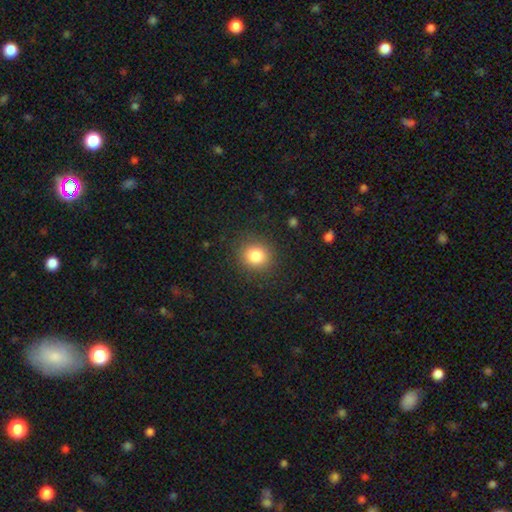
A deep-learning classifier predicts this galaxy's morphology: A smooth galaxy with no disk features (82%) that is round (86%). Merging: none (88%).